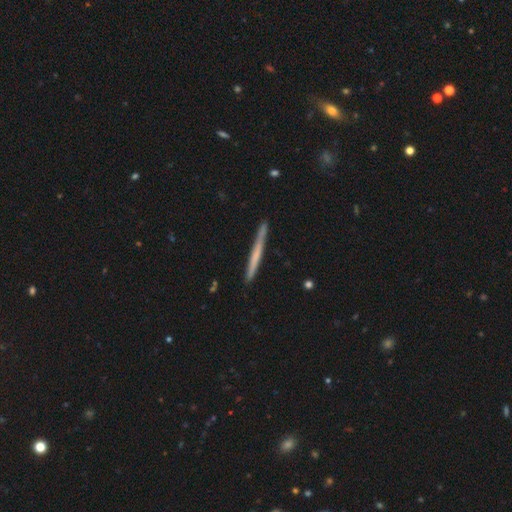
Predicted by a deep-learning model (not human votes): Smooth or featured?
  - smooth: 47% * (tied)
  - featured or disk: 47% * (tied)
  - star or artifact: 5%
Merging?
  - none: 89% *
  - minor disturbance: 9%
  - merger: 1%
  - major disturbance: 1%